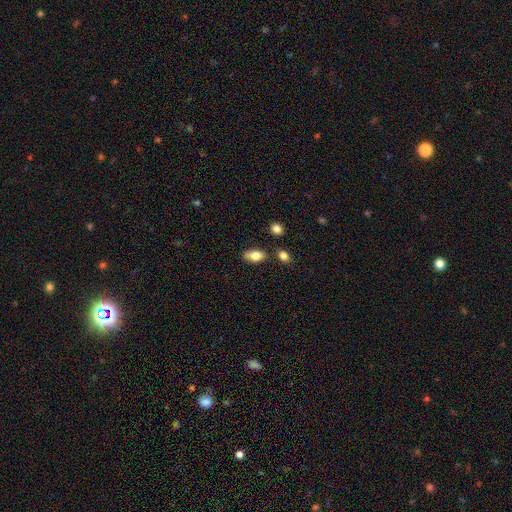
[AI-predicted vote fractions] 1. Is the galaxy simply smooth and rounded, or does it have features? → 76% smooth, 16% featured or disk, 8% star or artifact.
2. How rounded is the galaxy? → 88% in between, 6% round, 6% cigar-shaped.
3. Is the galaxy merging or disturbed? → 76% none, 14% minor disturbance, 7% merger, 3% major disturbance.